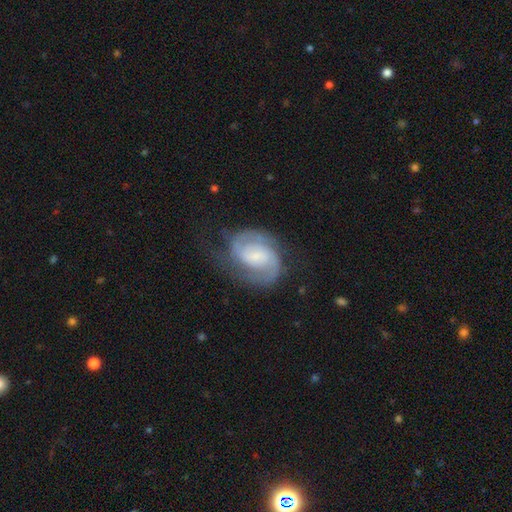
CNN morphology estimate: Smooth or featured: featured or disk — 83% (smooth — 10%)
Edge-on disk: no — 98% (yes — 2%)
Bar: weak — 46% (no — 41%)
Spiral arms: yes — 96% (no — 4%)
Spiral winding: medium — 49% (tight — 37%)
Spiral arm count: 2 — 84% (can't tell — 7%)
Bulge size: small — 48% (moderate — 22%)
Merging: none — 65% (minor disturbance — 20%)